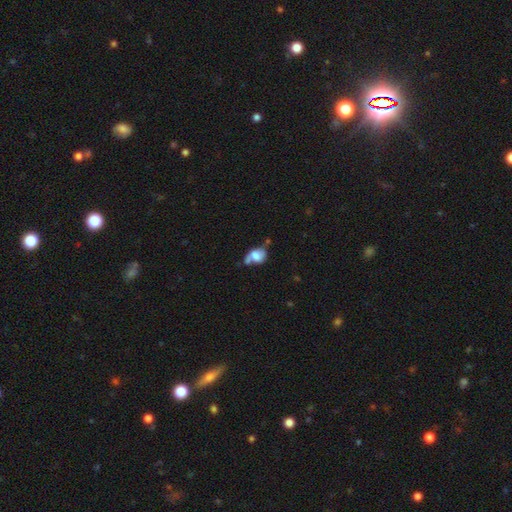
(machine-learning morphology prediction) This is possibly a smooth galaxy (55%). How rounded: likely in between (70%). Merging: marginally none (29%).